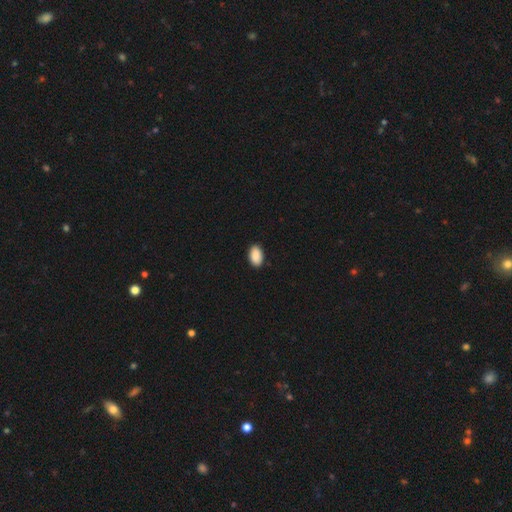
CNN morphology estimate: Overall: smooth (91%). How rounded: in between (93%). Merging: none (90%).